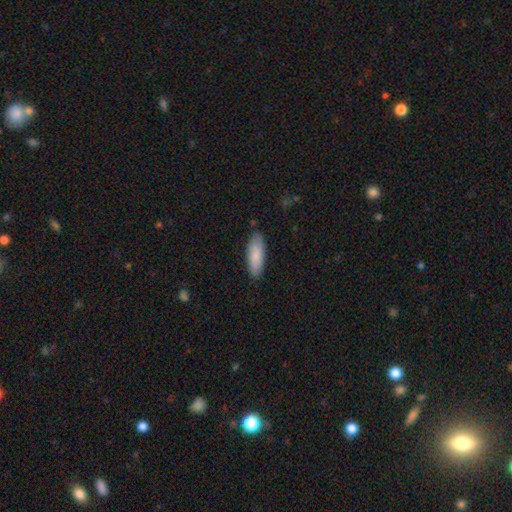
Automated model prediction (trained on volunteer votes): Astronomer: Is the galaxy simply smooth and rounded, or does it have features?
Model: smooth — 87%.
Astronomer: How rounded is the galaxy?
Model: in between — 58% (runner-up: cigar-shaped, 40%).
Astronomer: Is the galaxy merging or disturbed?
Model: none — 87%.